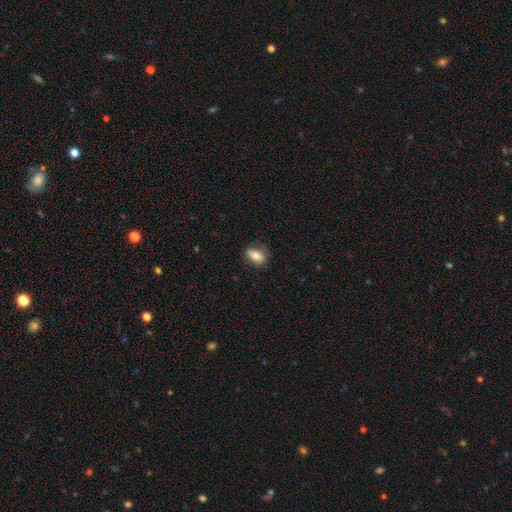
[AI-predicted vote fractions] smooth-or-featured: smooth: 77% | featured or disk: 15% | star or artifact: 8%
  how-rounded: in between: 80% | round: 14% | cigar-shaped: 6%
  merging: none: 79% | minor disturbance: 16% | major disturbance: 3% | merger: 1%